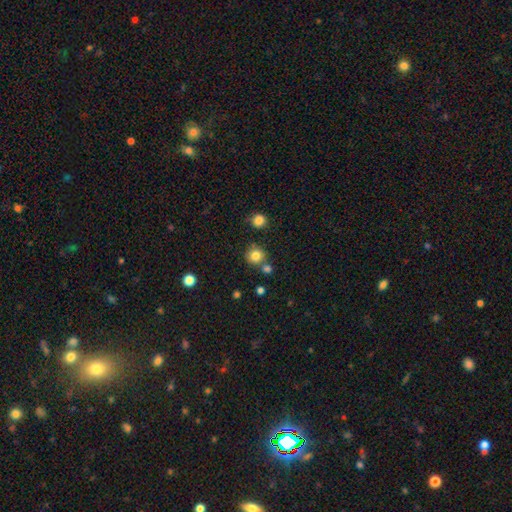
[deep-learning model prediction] Smooth or featured? Predicted: smooth (p=0.82). How rounded? Predicted: round (p=0.91). Merging? Predicted: none (p=0.73).